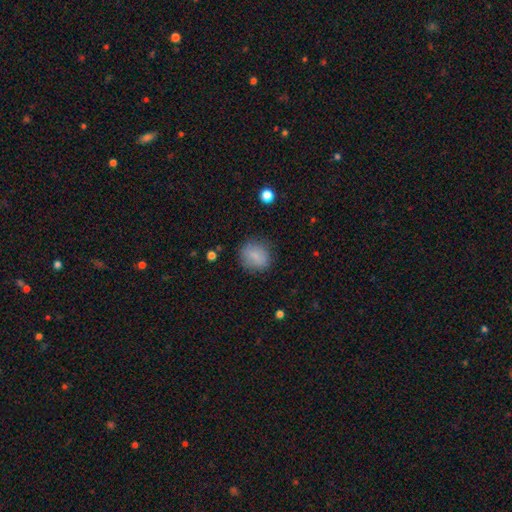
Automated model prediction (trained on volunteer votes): Smooth or featured: smooth — 82% (featured or disk — 9%)
How rounded: round — 71% (in between — 28%)
Merging: none — 80% (minor disturbance — 14%)